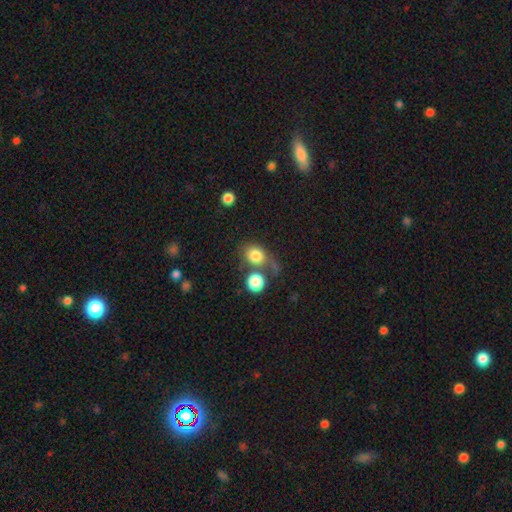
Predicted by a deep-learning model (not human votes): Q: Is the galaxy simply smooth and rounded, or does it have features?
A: smooth — 80%.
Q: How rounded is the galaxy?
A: round — 59%.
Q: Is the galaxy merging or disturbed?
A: none — 46%.